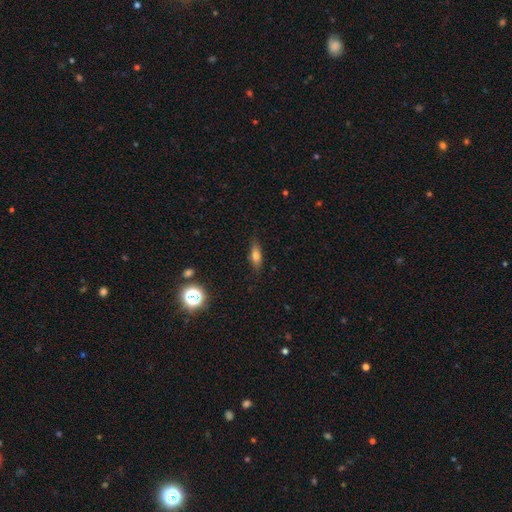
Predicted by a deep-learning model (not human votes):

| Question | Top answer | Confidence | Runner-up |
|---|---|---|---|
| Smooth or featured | smooth | 68% | featured or disk (22%) |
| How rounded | in between | 58% | cigar-shaped (37%) |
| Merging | none | 83% | minor disturbance (13%) |